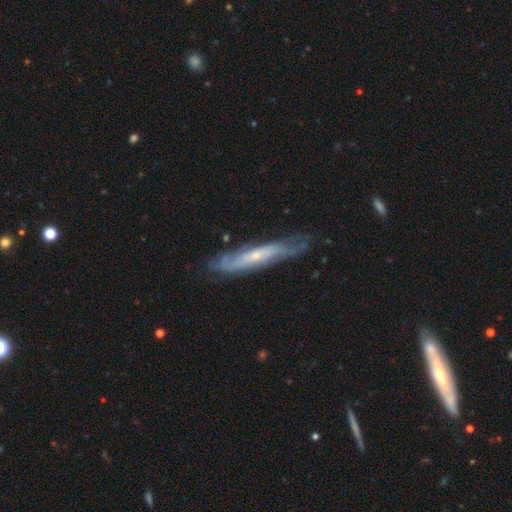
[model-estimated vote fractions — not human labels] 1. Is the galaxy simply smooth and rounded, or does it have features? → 74% featured or disk, 20% smooth, 6% star or artifact.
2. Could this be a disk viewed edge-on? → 52% no, 48% yes.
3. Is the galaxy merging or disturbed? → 66% none, 24% minor disturbance, 8% major disturbance, 2% merger.